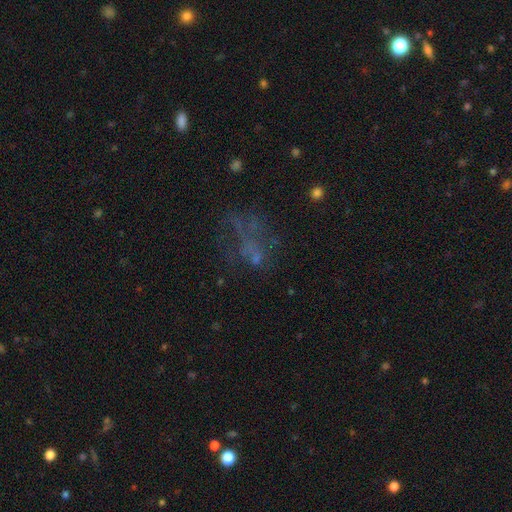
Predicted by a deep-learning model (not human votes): Q: Smooth or featured?
A: featured or disk (41%); runner-up: star or artifact (31%)
Q: Merging?
A: none (44%); runner-up: major disturbance (34%)